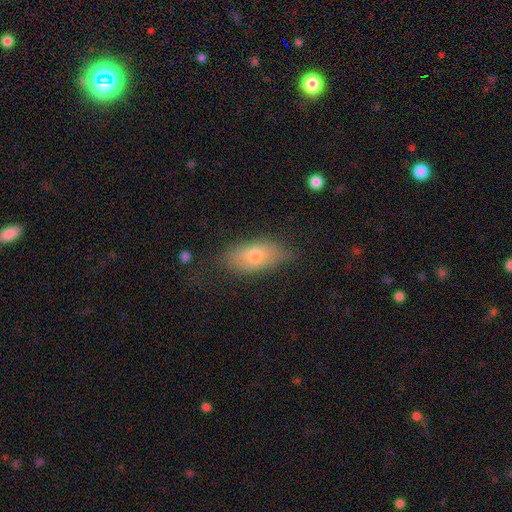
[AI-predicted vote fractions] Overall: smooth (69%). How rounded: in between (86%). Merging: none (65%).